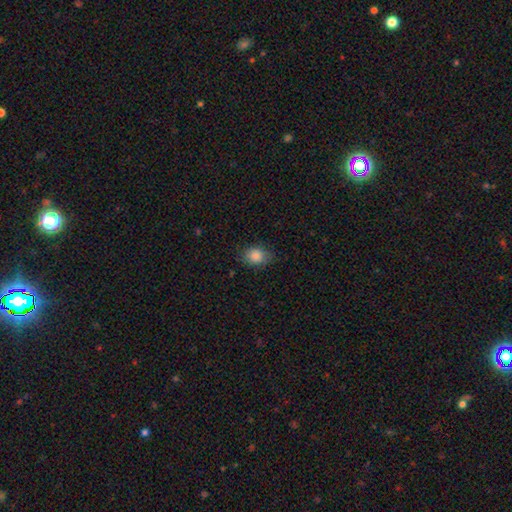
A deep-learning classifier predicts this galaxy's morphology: Smooth or featured? Predicted: smooth (p=0.84). How rounded? Predicted: in between (p=0.56). Merging? Predicted: none (p=0.76).